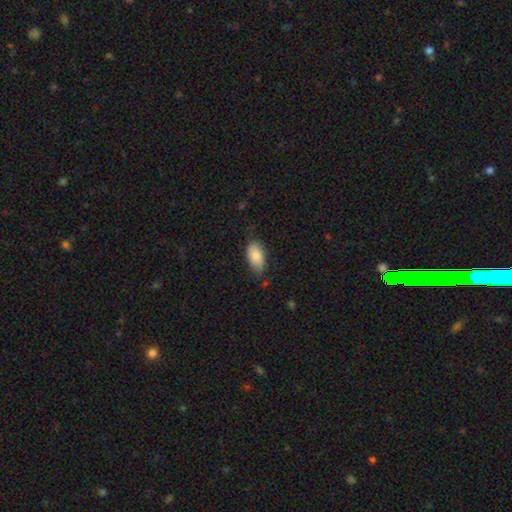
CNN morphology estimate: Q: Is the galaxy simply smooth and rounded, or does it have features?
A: smooth — 86%.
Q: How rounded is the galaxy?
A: in between — 94%.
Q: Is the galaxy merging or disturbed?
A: none — 73%.